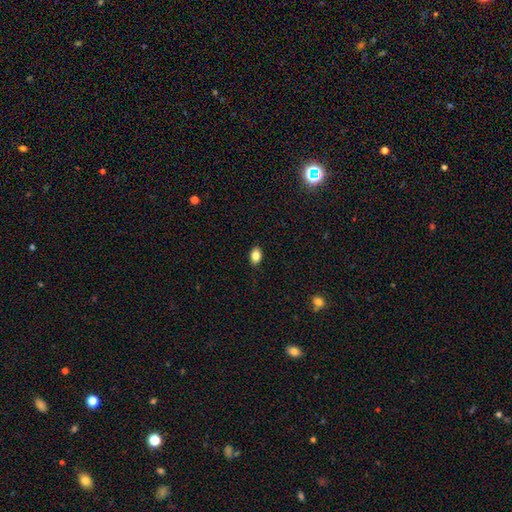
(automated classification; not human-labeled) Smooth or featured? Predicted: smooth (p=0.84). How rounded? Predicted: in between (p=0.82). Merging? Predicted: none (p=0.88).